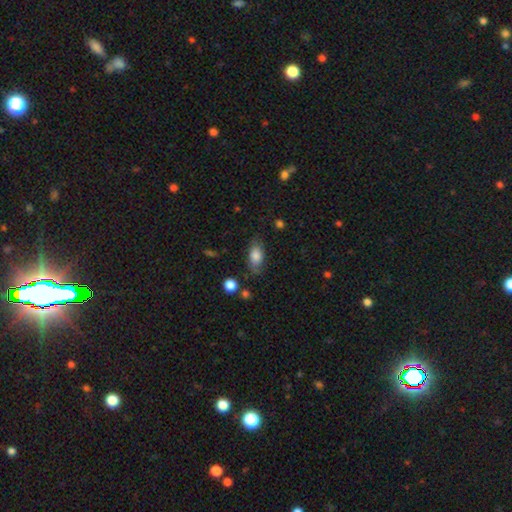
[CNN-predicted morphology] Smooth or featured?
  - smooth: 74% *
  - featured or disk: 18%
  - star or artifact: 8%
How rounded?
  - in between: 88% *
  - round: 7%
  - cigar-shaped: 5%
Merging?
  - none: 68% *
  - minor disturbance: 23%
  - major disturbance: 7%
  - merger: 2%